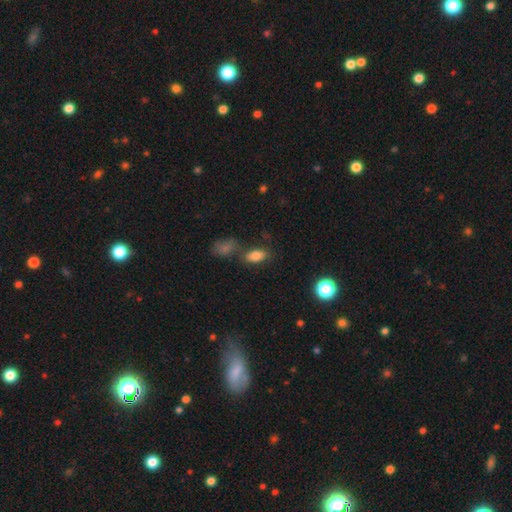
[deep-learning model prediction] smooth_or_featured: smooth (p=0.81) [alt: star or artifact p=0.10]
how_rounded: in between (p=0.90) [alt: round p=0.06]
merging: none (p=0.67) [alt: minor disturbance p=0.14]